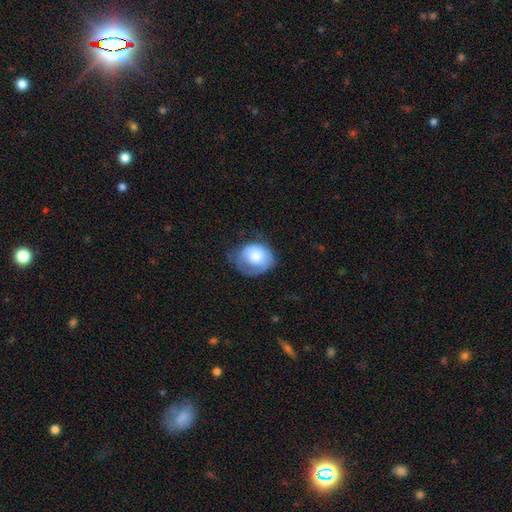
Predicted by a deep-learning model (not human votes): Smooth or featured?
  - smooth: 67% *
  - featured or disk: 26%
  - star or artifact: 7%
How rounded?
  - round: 57% *
  - in between: 42%
  - cigar-shaped: 1%
Merging?
  - none: 41% *
  - minor disturbance: 35%
  - major disturbance: 22%
  - merger: 2%